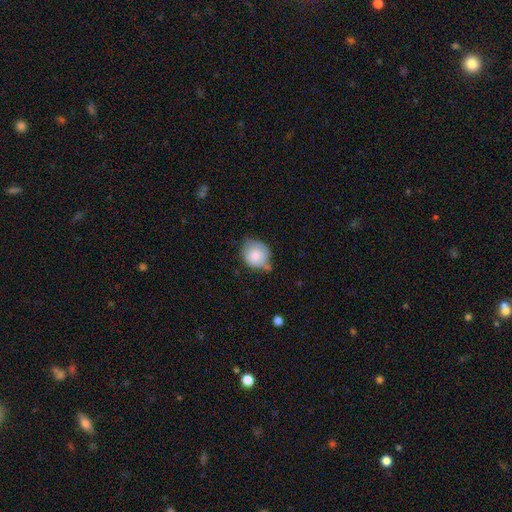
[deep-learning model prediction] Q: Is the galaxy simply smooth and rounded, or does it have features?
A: smooth — 81%.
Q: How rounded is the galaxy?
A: round — 74%.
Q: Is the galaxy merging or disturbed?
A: none — 44%.